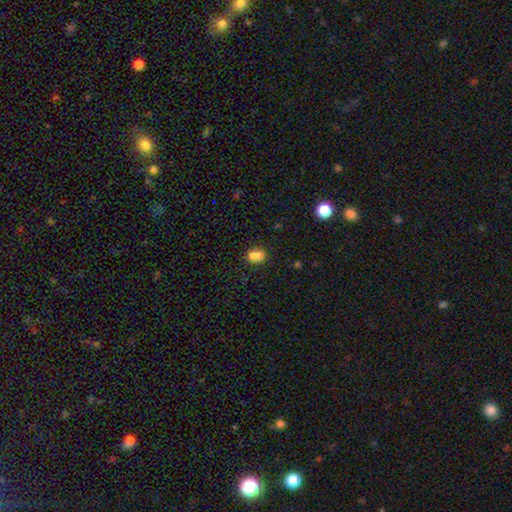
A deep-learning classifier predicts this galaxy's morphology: A smooth galaxy with no disk features (69%) that is round (64%). Merging: merger (58%).